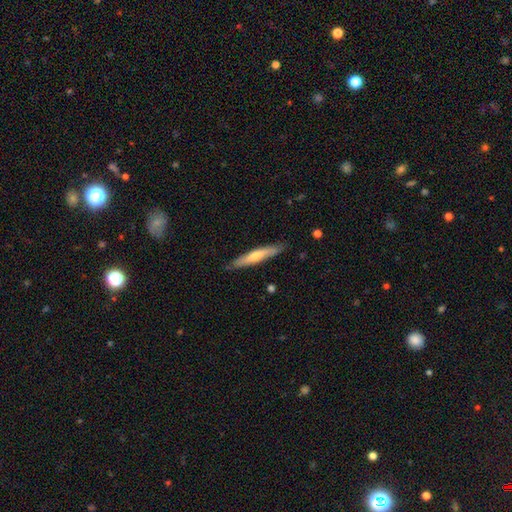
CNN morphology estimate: Q: Smooth or featured?
A: smooth (50%); runner-up: featured or disk (44%)
Q: Merging?
A: none (86%); runner-up: minor disturbance (11%)